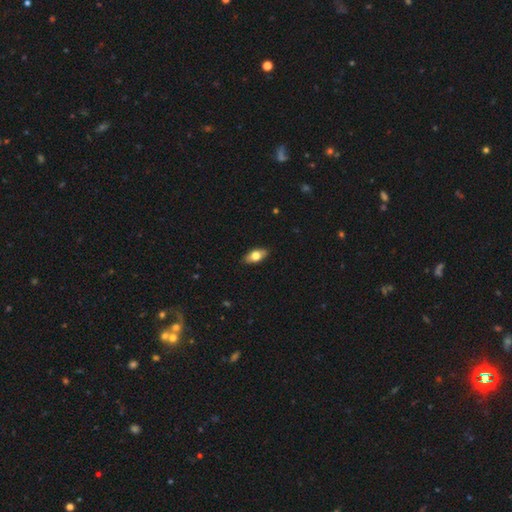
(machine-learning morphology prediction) smooth-or-featured: smooth: 67% | featured or disk: 26% | star or artifact: 6%
  how-rounded: in between: 85% | cigar-shaped: 10% | round: 5%
  merging: none: 88% | minor disturbance: 9% | major disturbance: 2% | merger: 1%